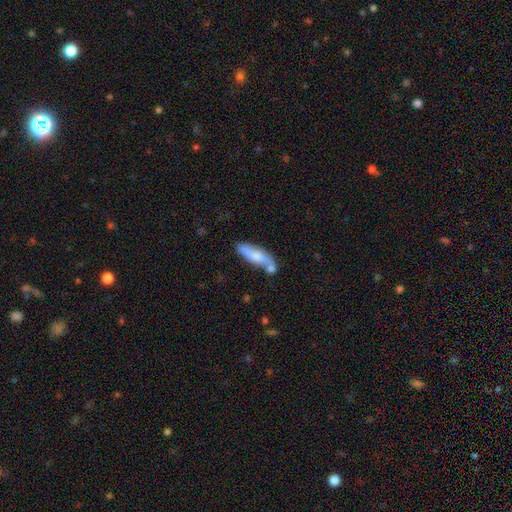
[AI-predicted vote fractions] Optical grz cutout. It shows a smooth galaxy with no disk features (58%) that is cigar-shaped (59%). Merging: none (56%).